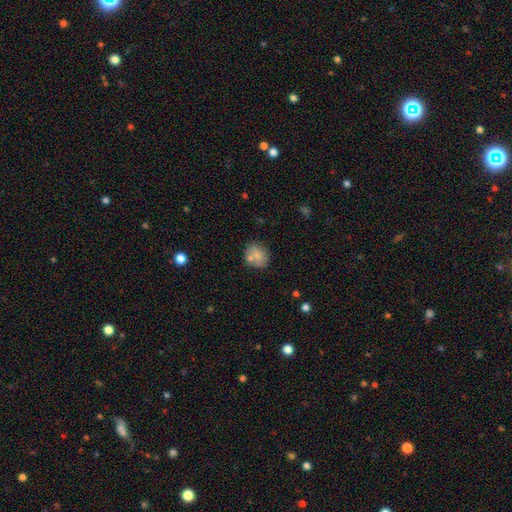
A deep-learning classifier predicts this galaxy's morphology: Smooth or featured: smooth — 76% (featured or disk — 15%)
How rounded: round — 54% (in between — 44%)
Merging: none — 61% (merger — 19%)